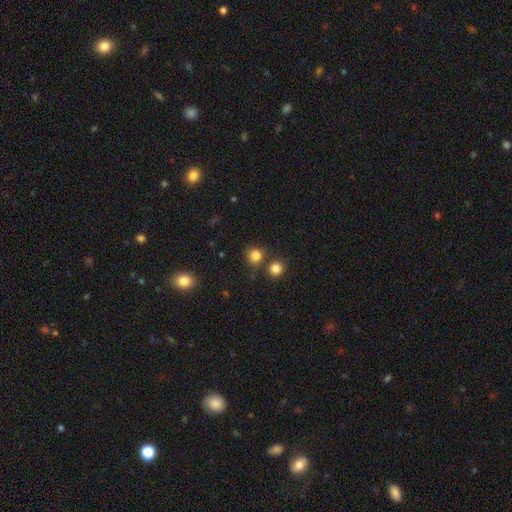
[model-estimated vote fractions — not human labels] Morphology: type=smooth (82%); roundness=round (86%); merging=none (71%).